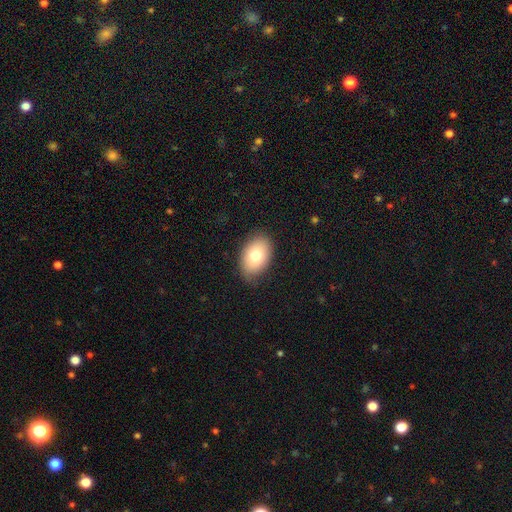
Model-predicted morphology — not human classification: Overall: smooth (75%). How rounded: in between (86%). Merging: none (81%).